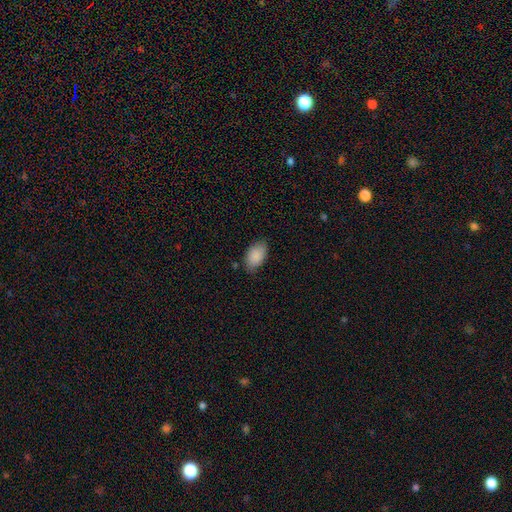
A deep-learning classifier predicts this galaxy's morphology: Smooth or featured: smooth — 89% (star or artifact — 6%)
How rounded: in between — 92% (round — 6%)
Merging: none — 75% (minor disturbance — 20%)